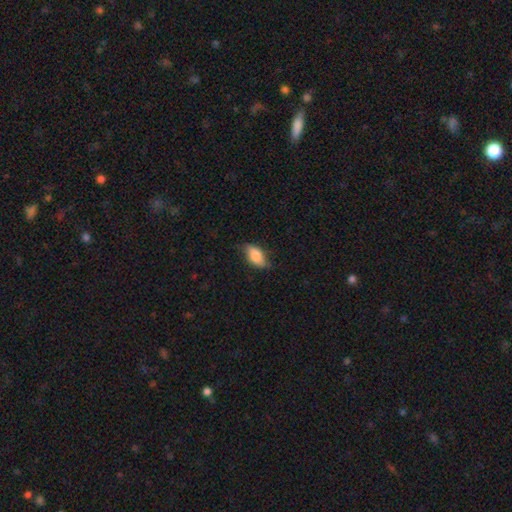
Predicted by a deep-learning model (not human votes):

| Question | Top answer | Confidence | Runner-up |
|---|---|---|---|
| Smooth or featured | smooth | 71% | featured or disk (22%) |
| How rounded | in between | 87% | cigar-shaped (8%) |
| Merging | none | 70% | minor disturbance (24%) |